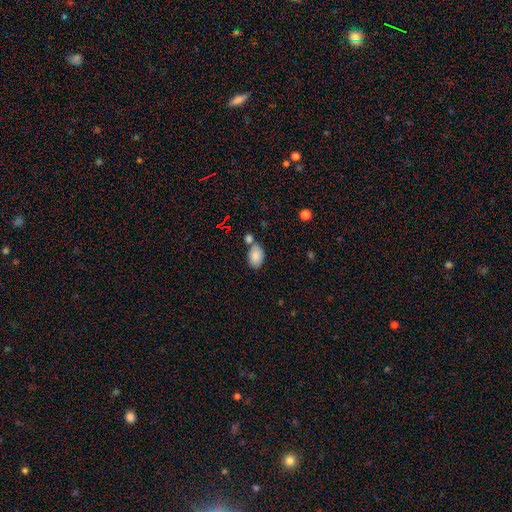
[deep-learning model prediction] smooth 85%, star or artifact 8%, featured or disk 6%. Down the decision tree: how rounded — in between (88%); merging — none (59%).